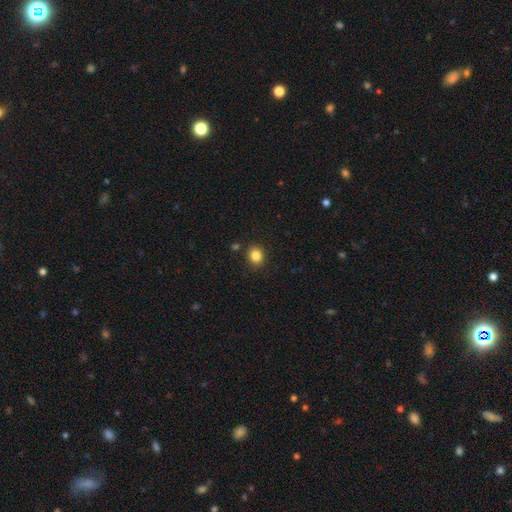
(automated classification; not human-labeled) Morphology: type=smooth (85%); roundness=round (70%); merging=none (87%).